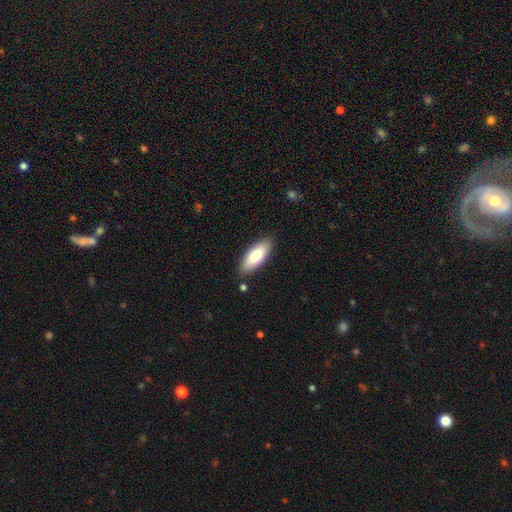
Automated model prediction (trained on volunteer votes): smooth_or_featured: smooth (p=0.77) [alt: featured or disk p=0.17]
how_rounded: in between (p=0.75) [alt: cigar-shaped p=0.24]
merging: none (p=0.85) [alt: minor disturbance p=0.11]